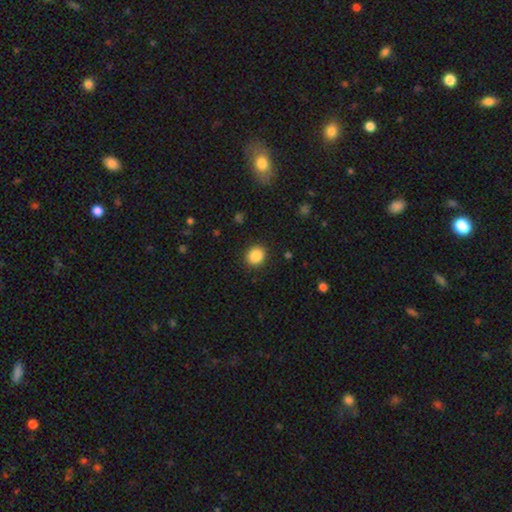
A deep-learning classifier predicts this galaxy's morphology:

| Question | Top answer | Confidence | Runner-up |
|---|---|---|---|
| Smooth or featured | smooth | 88% | star or artifact (9%) |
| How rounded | round | 76% | in between (23%) |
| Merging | none | 90% | minor disturbance (7%) |